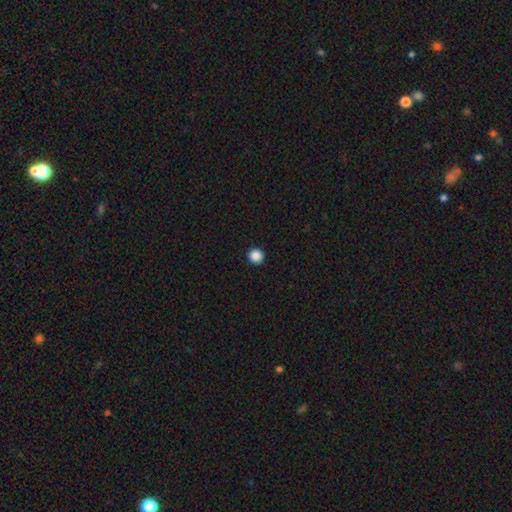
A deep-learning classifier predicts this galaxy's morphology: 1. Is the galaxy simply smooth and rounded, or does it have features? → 87% smooth, 10% star or artifact, 3% featured or disk.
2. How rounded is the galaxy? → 95% round, 4% in between, 1% cigar-shaped.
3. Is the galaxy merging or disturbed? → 94% none, 4% minor disturbance, 1% major disturbance, 1% merger.